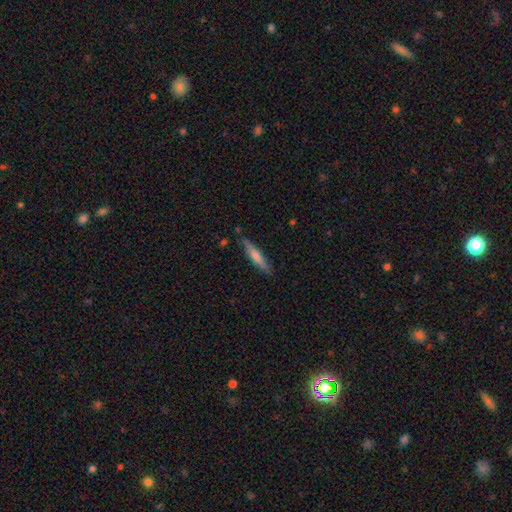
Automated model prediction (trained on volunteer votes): The model was most divided on "smooth or featured": smooth: 60%, featured or disk: 34%, star or artifact: 6%. More confident: how rounded — cigar-shaped (89%); merging — none (84%).